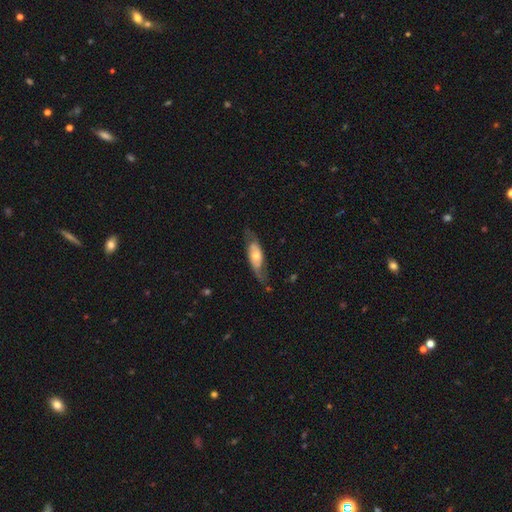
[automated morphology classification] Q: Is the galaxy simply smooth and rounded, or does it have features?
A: featured or disk — 57%.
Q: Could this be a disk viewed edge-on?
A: no — 73%.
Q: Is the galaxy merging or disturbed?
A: none — 65%.